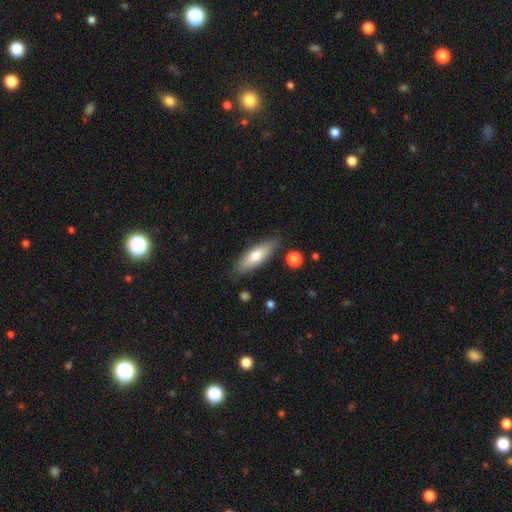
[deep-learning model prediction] Smooth or featured?
  - smooth: 69% *
  - featured or disk: 25%
  - star or artifact: 6%
How rounded?
  - in between: 53% *
  - cigar-shaped: 45%
  - round: 2%
Merging?
  - none: 83% *
  - minor disturbance: 12%
  - major disturbance: 2%
  - merger: 2%